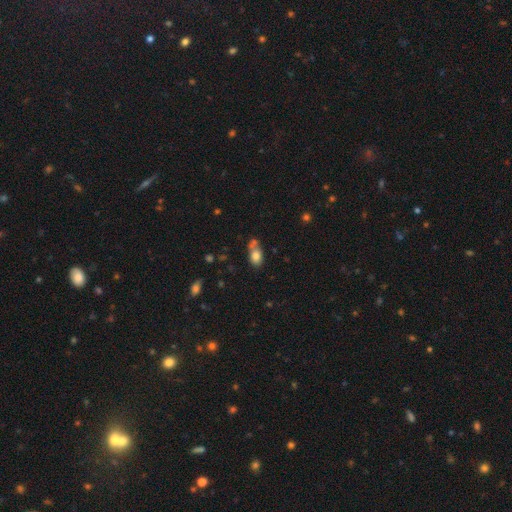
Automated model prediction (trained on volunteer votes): Smooth or featured?
  - smooth: 78% *
  - featured or disk: 12%
  - star or artifact: 10%
How rounded?
  - in between: 77% *
  - round: 20%
  - cigar-shaped: 3%
Merging?
  - none: 40% *
  - merger: 34%
  - minor disturbance: 18%
  - major disturbance: 8%